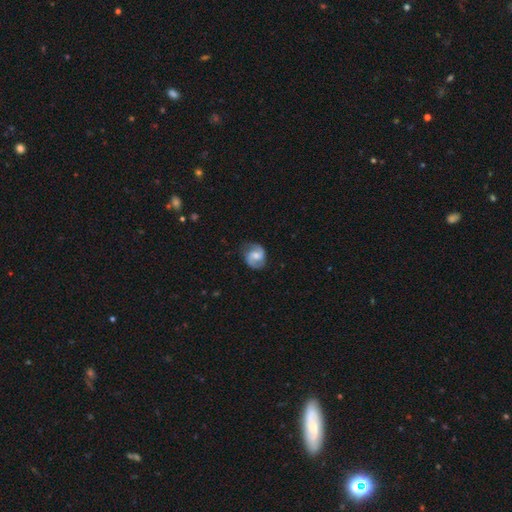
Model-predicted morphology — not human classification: Smooth or featured? featured or disk (74%)
Edge-on disk? no (98%)
Bar? weak (47%)
Spiral arms? yes (94%)
Spiral winding? medium (50%)
Spiral arm count? 2 (90%)
Bulge size? moderate (57%)
Merging? none (79%)